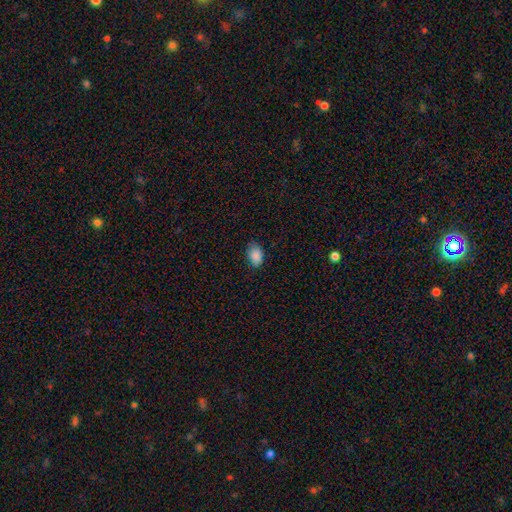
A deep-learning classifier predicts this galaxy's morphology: This appears to be a smooth galaxy with no disk features (87%) that is in between round and cigar-shaped (86%). Merging: none (74%).